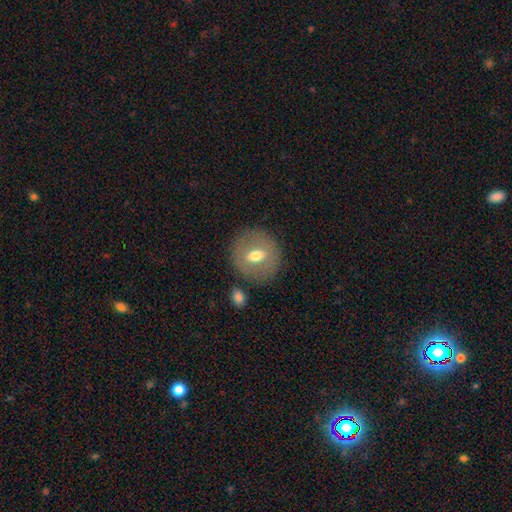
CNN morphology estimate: type=smooth (56%); roundness=round (74%); merging=none (81%).